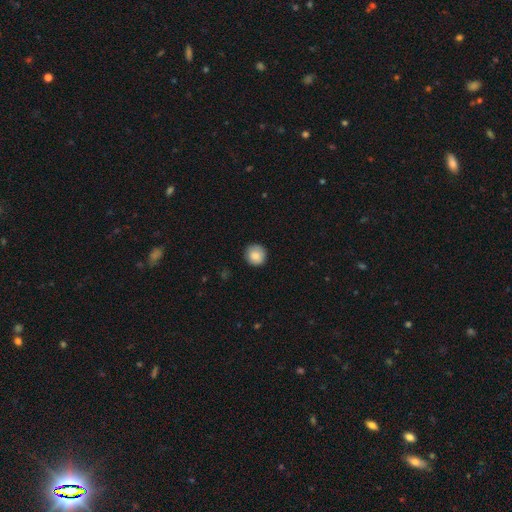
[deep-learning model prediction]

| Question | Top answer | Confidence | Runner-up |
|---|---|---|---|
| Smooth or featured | smooth | 86% | star or artifact (8%) |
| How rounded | round | 93% | in between (6%) |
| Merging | none | 88% | minor disturbance (9%) |